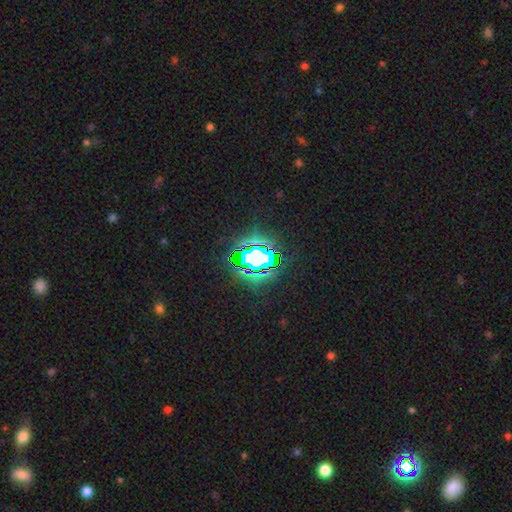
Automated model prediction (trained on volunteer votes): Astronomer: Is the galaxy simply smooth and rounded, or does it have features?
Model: star or artifact — 73%.